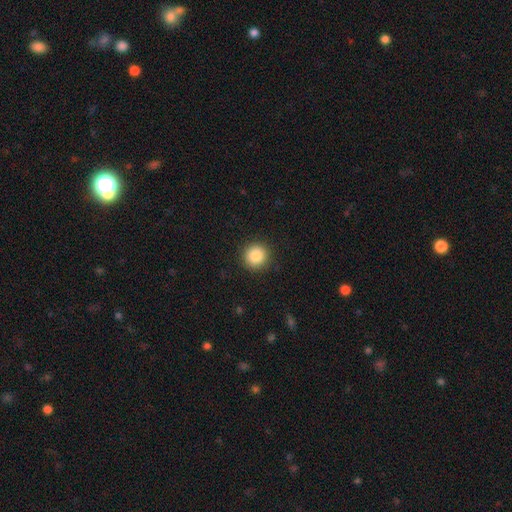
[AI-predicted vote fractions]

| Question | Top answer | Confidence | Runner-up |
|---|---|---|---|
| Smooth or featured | smooth | 87% | star or artifact (9%) |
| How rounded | round | 94% | in between (5%) |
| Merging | none | 92% | minor disturbance (5%) |